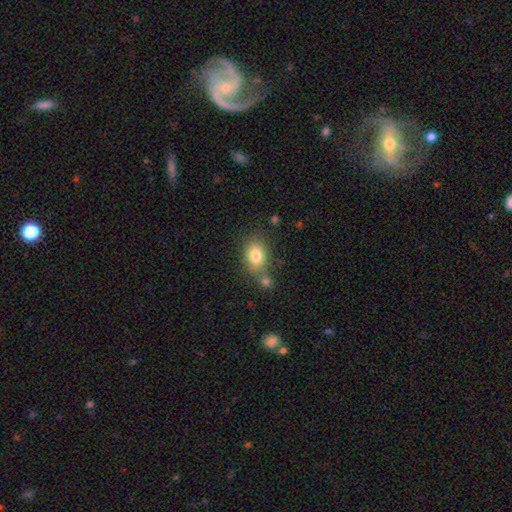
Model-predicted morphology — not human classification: smooth 80%, featured or disk 11%, star or artifact 10%. Down the decision tree: how rounded — in between (64%); merging — none (59%).